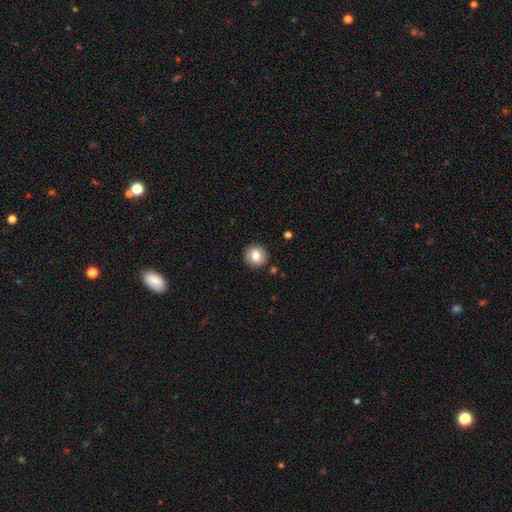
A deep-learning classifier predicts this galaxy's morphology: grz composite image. It shows a smooth galaxy with no disk features (79%) that is round (90%). Merging: none (90%).